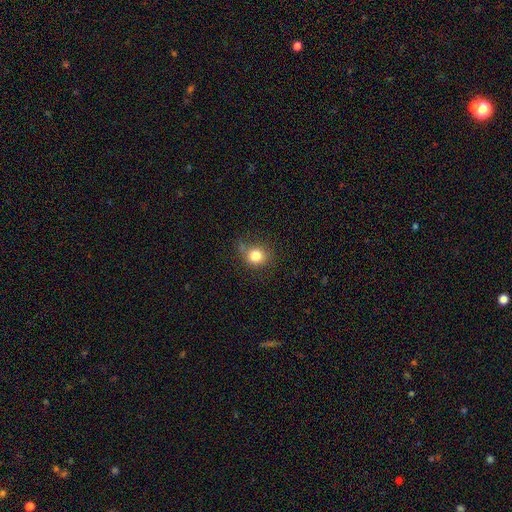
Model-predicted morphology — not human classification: type=smooth (81%); roundness=round (79%); merging=none (69%).